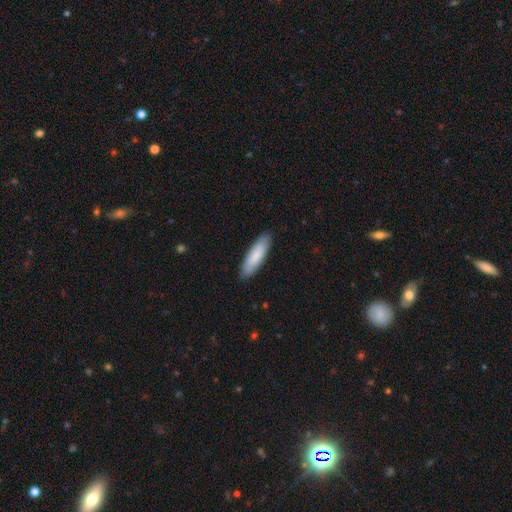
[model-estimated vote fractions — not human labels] smooth_or_featured: smooth (p=0.83) [alt: featured or disk p=0.12]
how_rounded: cigar-shaped (p=0.61) [alt: in between p=0.38]
merging: none (p=0.89) [alt: minor disturbance p=0.09]